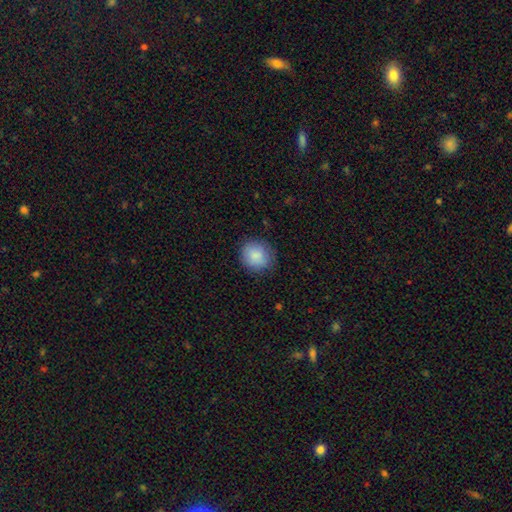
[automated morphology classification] This is clearly a smooth galaxy (87%). How rounded: clearly round (81%). Merging: clearly none (82%).